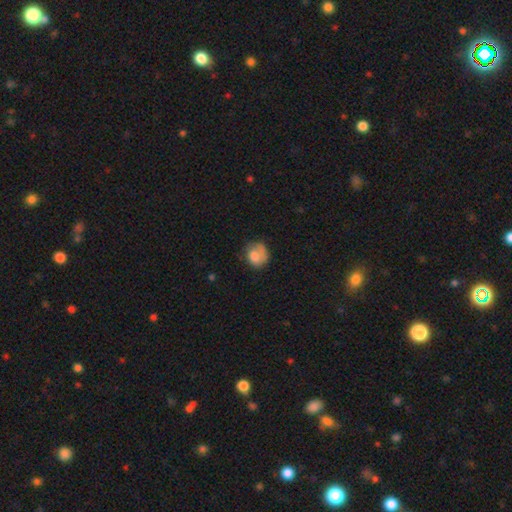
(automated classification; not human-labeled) Q: Smooth or featured?
A: smooth (68%); runner-up: featured or disk (24%)
Q: How rounded?
A: round (69%); runner-up: in between (30%)
Q: Merging?
A: none (51%); runner-up: minor disturbance (27%)